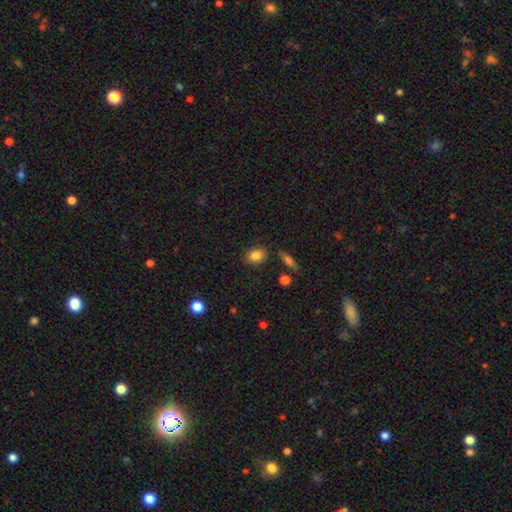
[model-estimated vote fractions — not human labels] The model was most divided on "how rounded": in between: 58%, round: 40%, cigar-shaped: 2%. More confident: smooth or featured — smooth (83%); merging — none (82%).